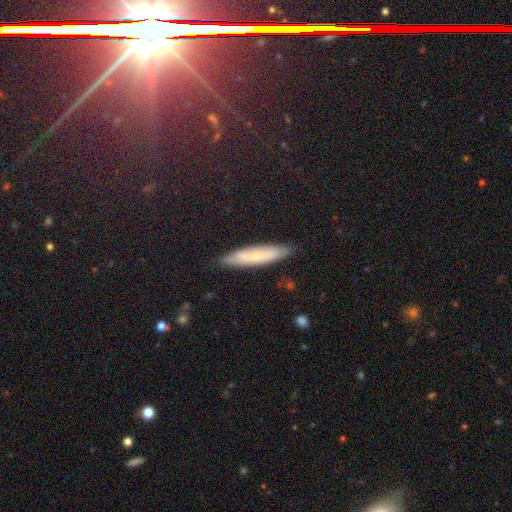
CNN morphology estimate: A smooth galaxy with no disk features (55%) that is cigar-shaped (85%).

Vote fractions:
- Smooth or featured? smooth: 55% / featured or disk: 34% / star or artifact: 10%
- How rounded? cigar-shaped: 85% / in between: 13% / round: 2%
- Merging? none: 84% / minor disturbance: 12% / major disturbance: 2% / merger: 1%